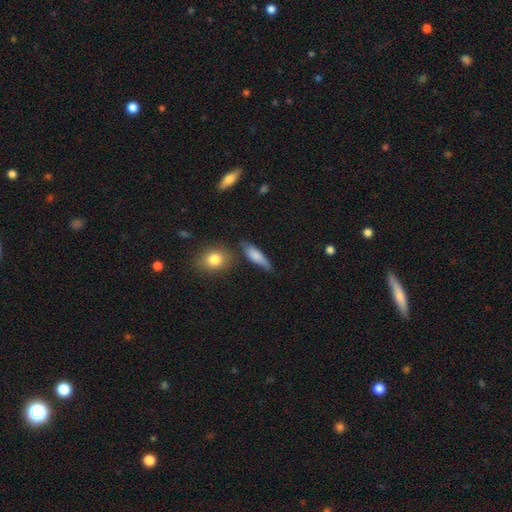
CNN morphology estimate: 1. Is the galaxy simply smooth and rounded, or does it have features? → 76% smooth, 17% featured or disk, 7% star or artifact.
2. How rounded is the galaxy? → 53% cigar-shaped, 43% in between, 4% round.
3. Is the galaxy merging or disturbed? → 64% none, 23% minor disturbance, 7% merger, 5% major disturbance.